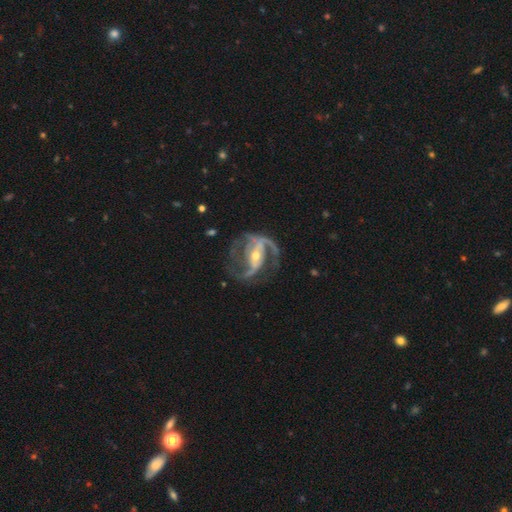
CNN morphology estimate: Smooth or featured: featured or disk — 90% (star or artifact — 5%)
Edge-on disk: no — 97% (yes — 3%)
Bar: strong — 49% (weak — 31%)
Spiral arms: yes — 95% (no — 5%)
Spiral winding: medium — 51% (loose — 32%)
Spiral arm count: 2 — 73% (3 — 11%)
Bulge size: moderate — 49% (small — 47%)
Merging: none — 56% (major disturbance — 23%)